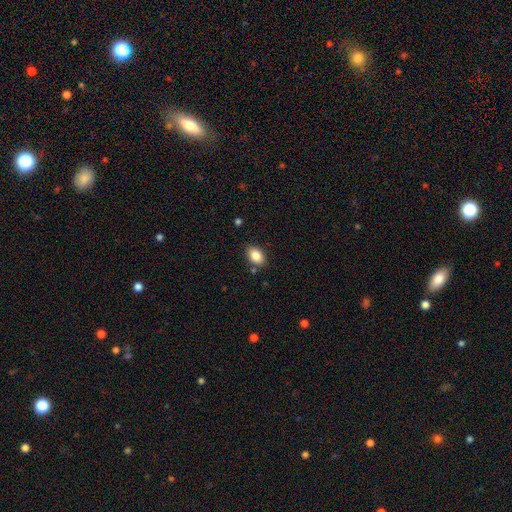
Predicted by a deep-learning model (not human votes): Smooth or featured? Predicted: smooth (p=0.85). How rounded? Predicted: in between (p=0.84). Merging? Predicted: none (p=0.83).